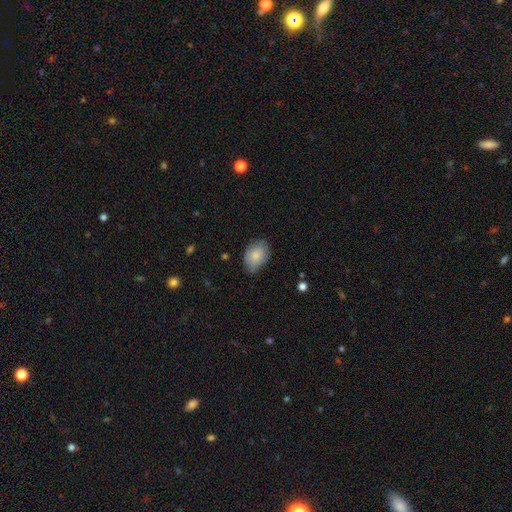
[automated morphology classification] Overall: smooth (82%). How rounded: in between (83%). Merging: none (65%; minor disturbance 29%).